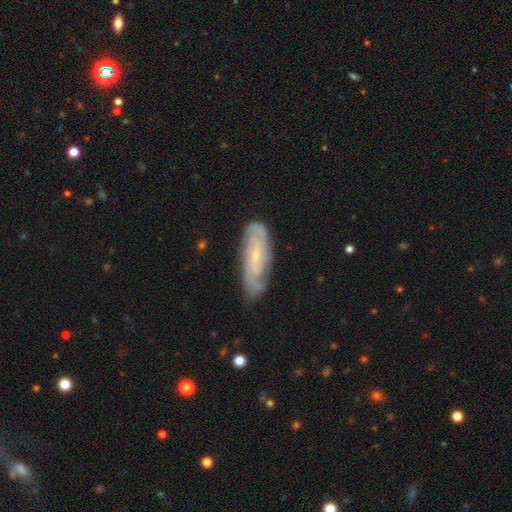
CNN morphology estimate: smooth_or_featured: featured or disk (p=0.76) [alt: smooth p=0.17]
disk_edge_on: no (p=0.86) [alt: yes p=0.14]
bar: no (p=0.57) [alt: weak p=0.33]
has_spiral_arms: yes (p=0.93) [alt: no p=0.07]
spiral_winding: tight (p=0.54) [alt: medium p=0.34]
spiral_arm_count: can't tell (p=0.35) [tied with: 2 p=0.35]
bulge_size: small (p=0.76) [alt: moderate p=0.19]
merging: none (p=0.79) [alt: minor disturbance p=0.16]